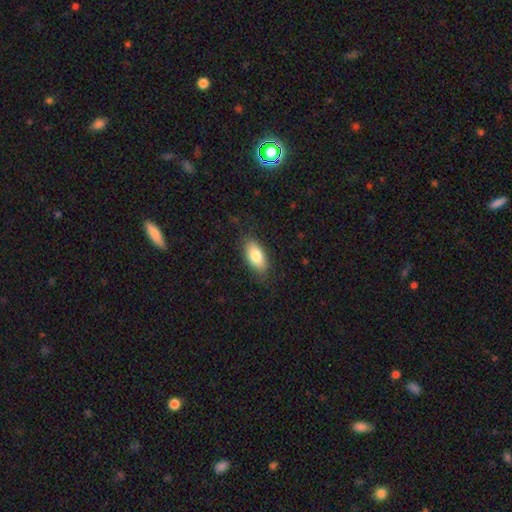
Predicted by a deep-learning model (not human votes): Smooth or featured? Predicted: smooth (p=0.81). How rounded? Predicted: in between (p=0.90). Merging? Predicted: none (p=0.83).